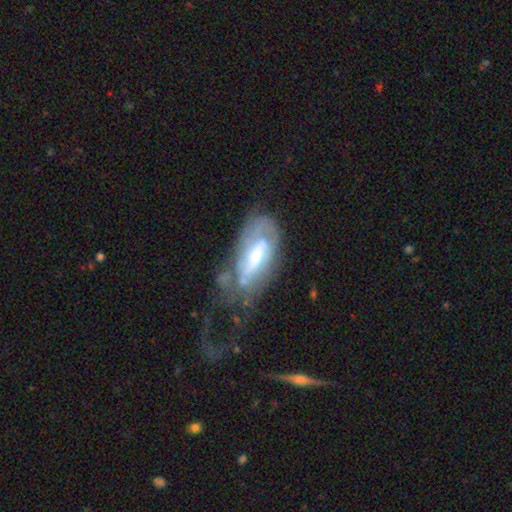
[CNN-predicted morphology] This appears to be a featured or disk galaxy (65%) with no bar (38%), spiral arms (62%) and a small central bulge (49%). Merging: none (33%).